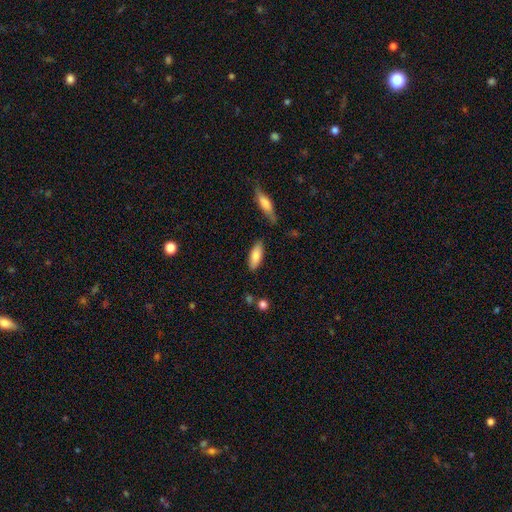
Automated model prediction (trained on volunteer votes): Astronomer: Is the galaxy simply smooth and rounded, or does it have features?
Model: smooth — 83%.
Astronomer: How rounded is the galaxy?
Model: in between — 76%.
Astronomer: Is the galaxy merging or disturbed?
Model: none — 81%.